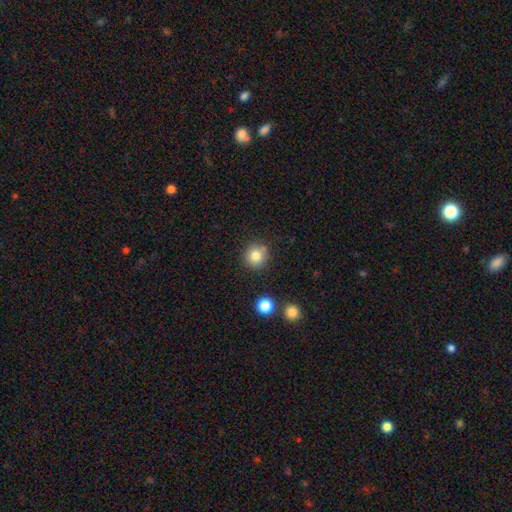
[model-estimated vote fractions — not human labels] Smooth or featured: smooth — 82% (star or artifact — 11%)
How rounded: round — 92% (in between — 7%)
Merging: none — 82% (minor disturbance — 10%)